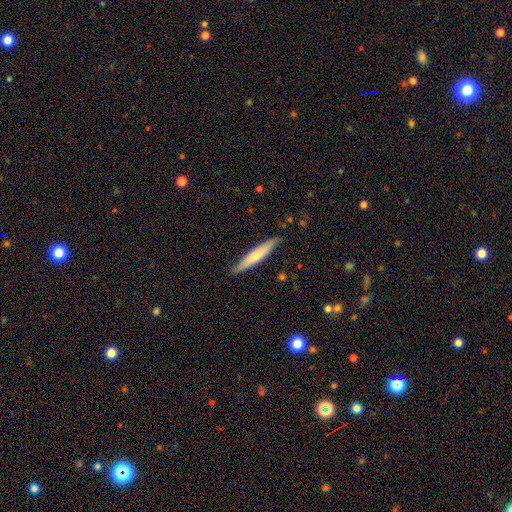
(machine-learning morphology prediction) Smooth or featured: smooth — 54% (featured or disk — 40%)
How rounded: cigar-shaped — 90% (in between — 9%)
Merging: none — 85% (minor disturbance — 12%)